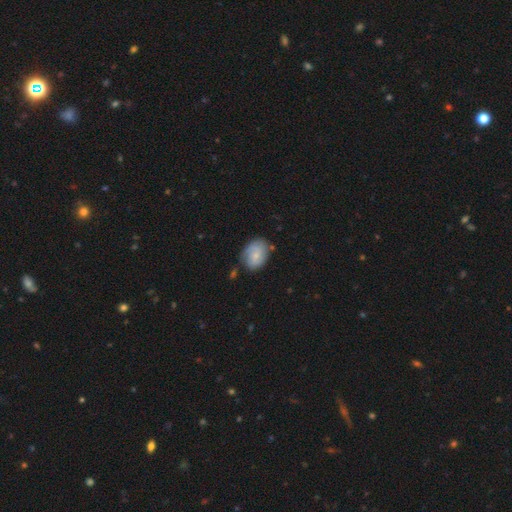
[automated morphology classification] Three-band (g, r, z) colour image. It shows a smooth galaxy with no disk features (58%) that is in between round and cigar-shaped (70%). Merging: none (63%).